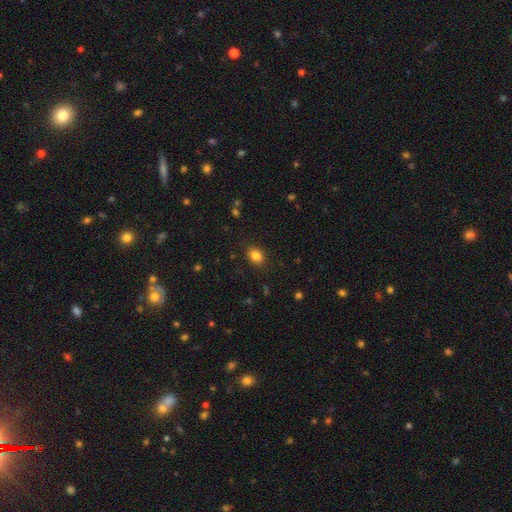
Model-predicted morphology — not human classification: smooth_or_featured: smooth (p=0.84) [alt: star or artifact p=0.11]
how_rounded: in between (p=0.56) [alt: round p=0.43]
merging: none (p=0.87) [alt: minor disturbance p=0.09]